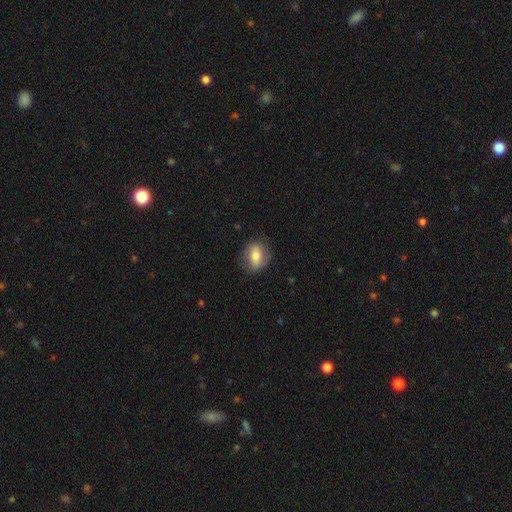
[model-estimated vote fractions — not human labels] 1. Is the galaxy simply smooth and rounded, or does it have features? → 69% smooth, 23% featured or disk, 8% star or artifact.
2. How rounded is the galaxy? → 62% in between, 35% round, 2% cigar-shaped.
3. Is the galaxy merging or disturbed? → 78% none, 16% minor disturbance, 5% major disturbance, 1% merger.